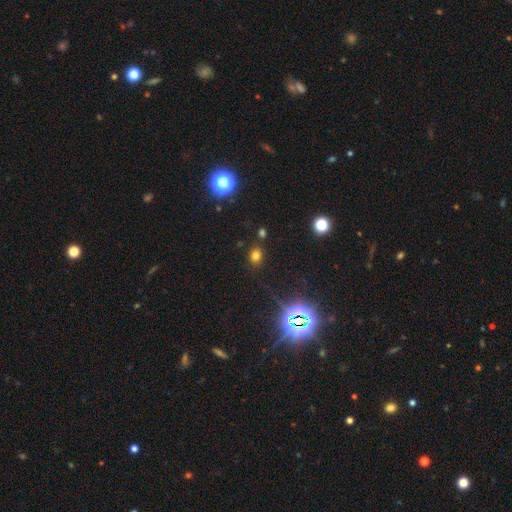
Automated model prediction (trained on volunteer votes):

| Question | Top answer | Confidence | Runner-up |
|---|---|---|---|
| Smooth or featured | smooth | 69% | star or artifact (25%) |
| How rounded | round | 60% | in between (39%) |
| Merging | none | 84% | minor disturbance (9%) |